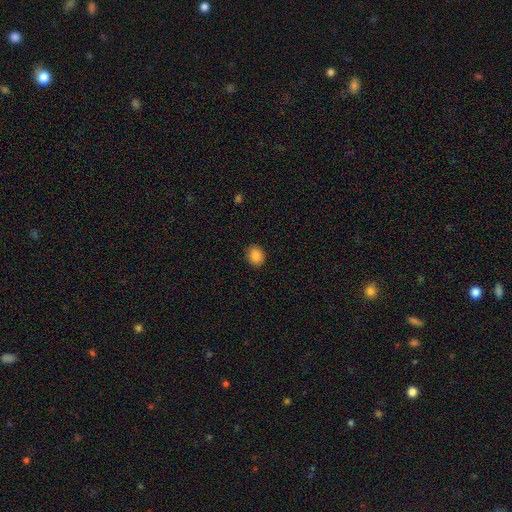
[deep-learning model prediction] This is clearly a smooth galaxy (87%). How rounded: likely round (67%). Merging: clearly none (90%).